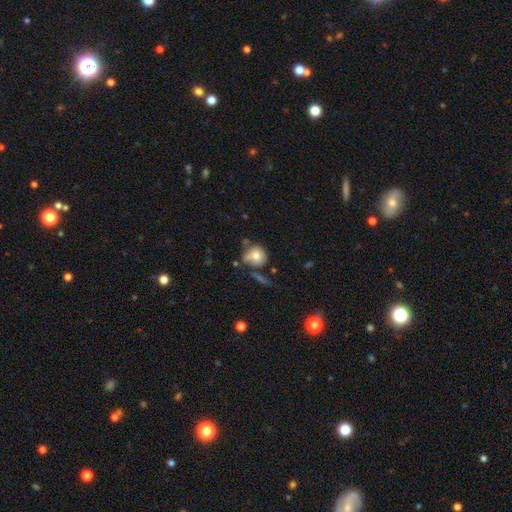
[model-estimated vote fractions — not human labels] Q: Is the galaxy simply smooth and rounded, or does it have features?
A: smooth — 74%.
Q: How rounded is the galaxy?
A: round — 81%.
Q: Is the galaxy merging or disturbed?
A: none — 51%.